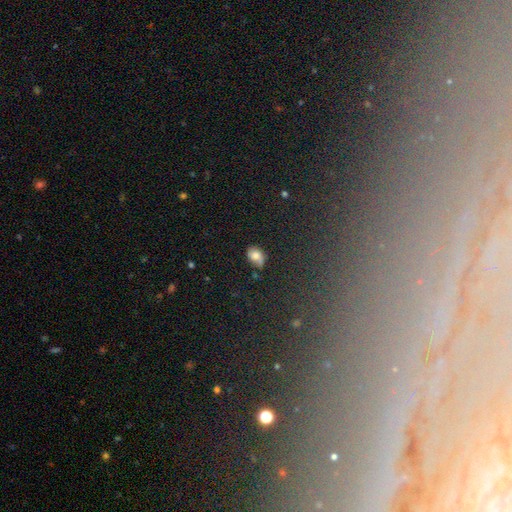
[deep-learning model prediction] Smooth or featured?
  - smooth: 72% *
  - featured or disk: 18%
  - star or artifact: 10%
How rounded?
  - in between: 77% *
  - round: 22%
  - cigar-shaped: 1%
Merging?
  - none: 59% *
  - minor disturbance: 29%
  - major disturbance: 8%
  - merger: 4%